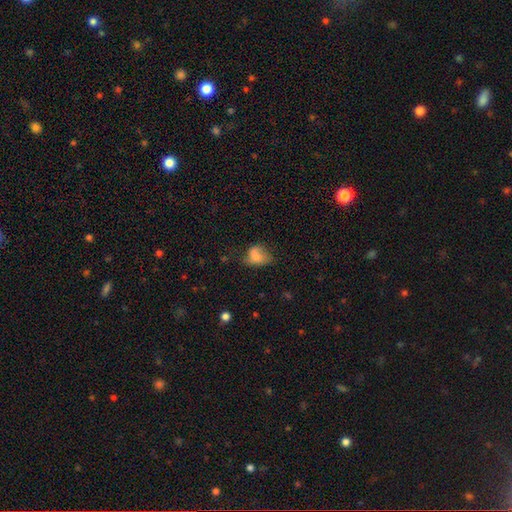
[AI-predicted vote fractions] This appears to be a smooth galaxy with no disk features (68%) that is in between round and cigar-shaped (75%). Merging: minor disturbance (33%).